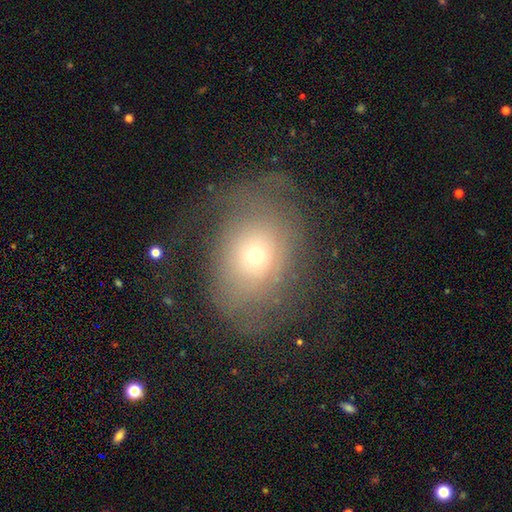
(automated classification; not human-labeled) Smooth or featured? Predicted: smooth (p=0.46). Merging? Predicted: none (p=0.48).